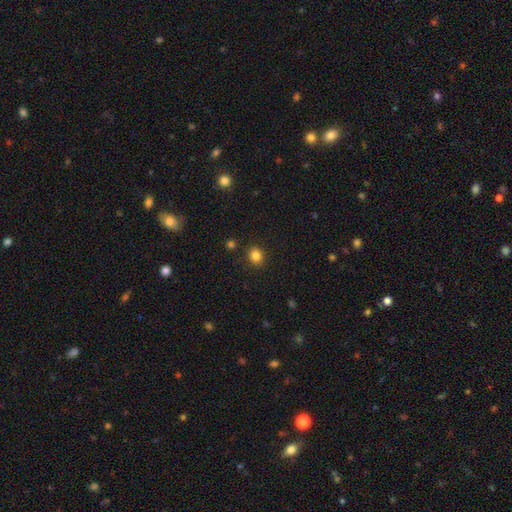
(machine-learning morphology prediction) smooth_or_featured: smooth (p=0.83) [alt: star or artifact p=0.12]
how_rounded: round (p=0.79) [alt: in between p=0.20]
merging: none (p=0.89) [alt: minor disturbance p=0.07]